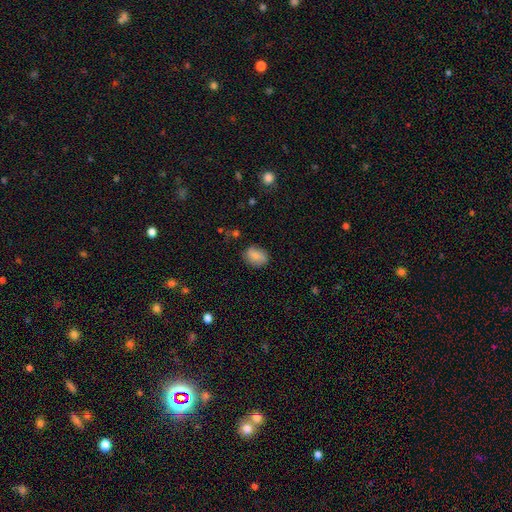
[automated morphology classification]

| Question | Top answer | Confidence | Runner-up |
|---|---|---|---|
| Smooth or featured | smooth | 80% | featured or disk (12%) |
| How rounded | in between | 70% | round (28%) |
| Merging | none | 76% | minor disturbance (18%) |